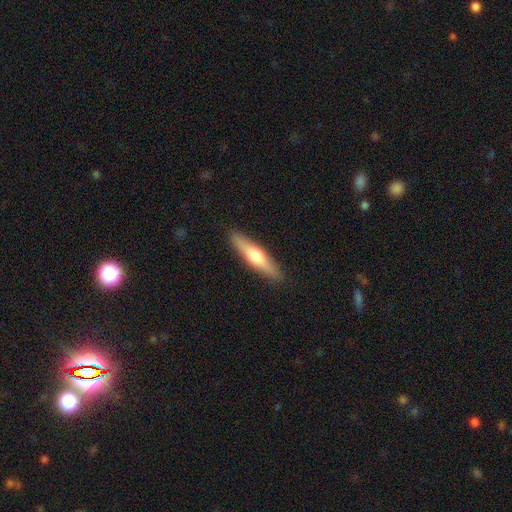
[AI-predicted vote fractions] smooth 52%, featured or disk 42%, star or artifact 6%. Down the decision tree: how rounded — cigar-shaped (81%); merging — none (89%).